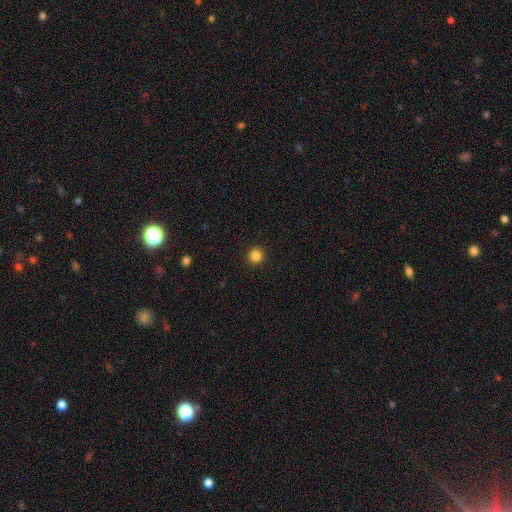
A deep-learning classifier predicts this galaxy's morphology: smooth_or_featured: smooth (p=0.85) [alt: star or artifact p=0.12]
how_rounded: round (p=0.94) [alt: in between p=0.05]
merging: none (p=0.93) [alt: minor disturbance p=0.04]